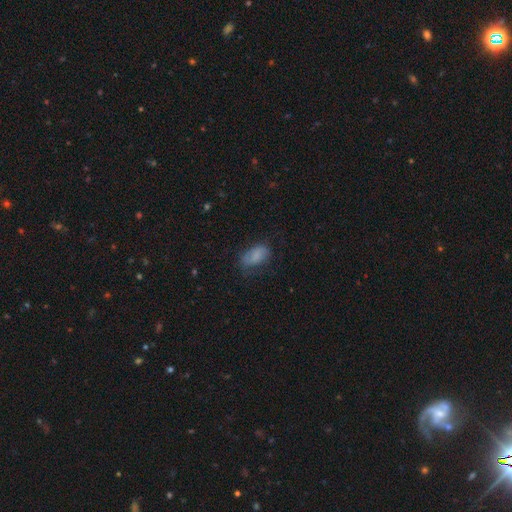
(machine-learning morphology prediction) Q: Smooth or featured?
A: smooth (75%); runner-up: featured or disk (15%)
Q: How rounded?
A: in between (91%); runner-up: round (6%)
Q: Merging?
A: none (56%); runner-up: minor disturbance (28%)